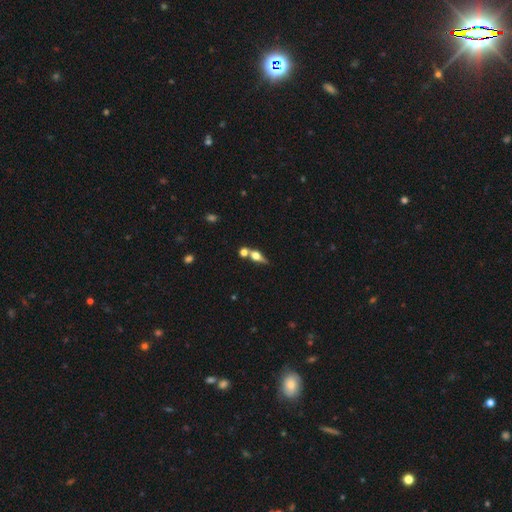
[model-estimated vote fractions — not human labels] A featured or disk galaxy (51%) viewed edge-on (87%).

Vote fractions:
- Smooth or featured? featured or disk: 51% / smooth: 38% / star or artifact: 11%
- Edge-on disk? yes: 87% / no: 13%
- Merging? none: 58% / merger: 24% / minor disturbance: 13% / major disturbance: 6%